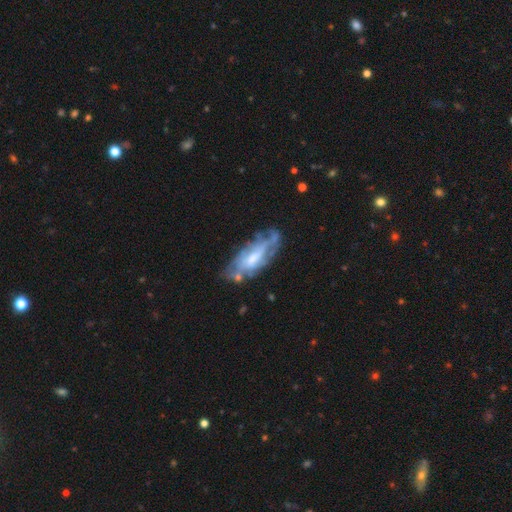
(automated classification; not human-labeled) Smooth or featured?
  - featured or disk: 65% *
  - smooth: 27%
  - star or artifact: 8%
Edge-on disk?
  - no: 78% *
  - yes: 22%
Bar?
  - no: 47% *
  - weak: 38%
  - strong: 15%
Spiral arms?
  - yes: 59% *
  - no: 41%
Bulge size?
  - moderate: 45% *
  - small: 31%
  - none: 12%
  - large: 10%
  - dominant: 1%
Merging?
  - none: 56% *
  - minor disturbance: 25%
  - major disturbance: 13%
  - merger: 6%